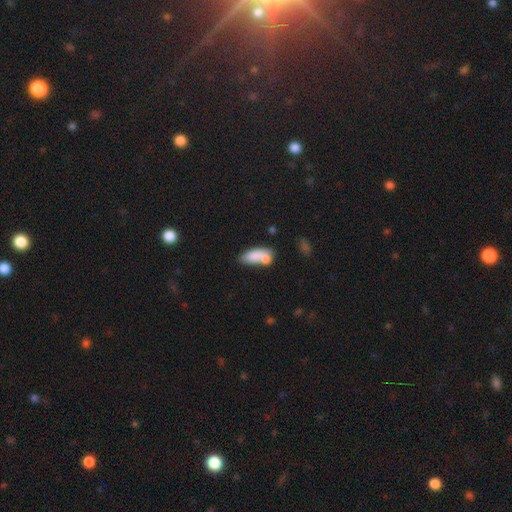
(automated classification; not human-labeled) smooth 78%, featured or disk 15%, star or artifact 8%. Down the decision tree: how rounded — in between (80%); merging — merger (42%).